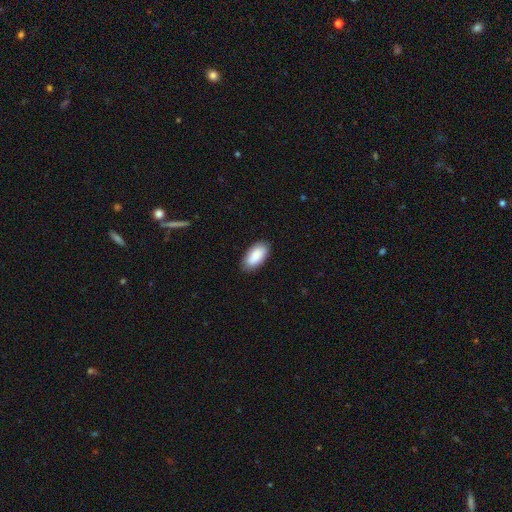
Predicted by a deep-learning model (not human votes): Morphology: type=smooth (89%); roundness=in between (94%); merging=none (86%).